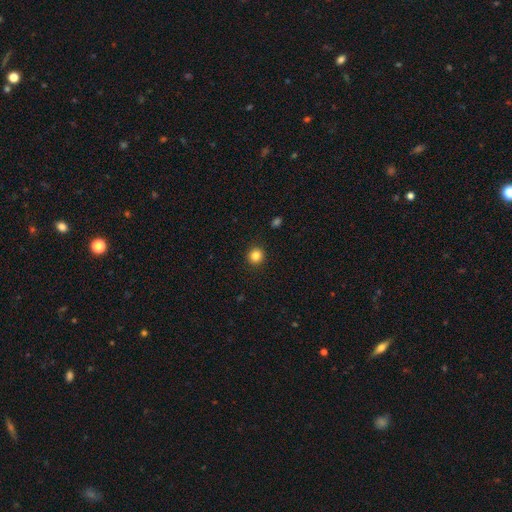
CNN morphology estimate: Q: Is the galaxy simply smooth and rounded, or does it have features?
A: smooth — 84%.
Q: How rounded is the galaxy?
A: round — 92%.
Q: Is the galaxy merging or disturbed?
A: none — 92%.